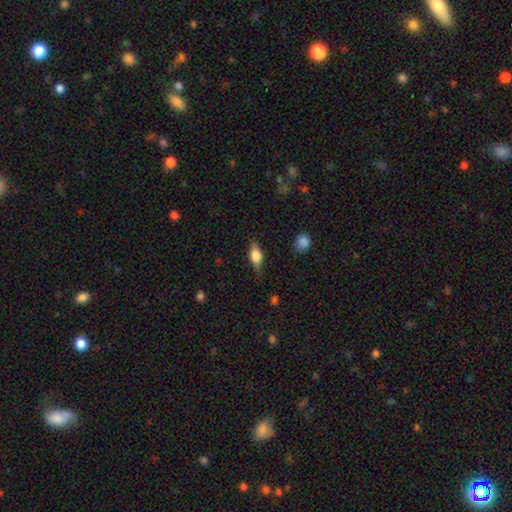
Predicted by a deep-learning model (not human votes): Smooth or featured? Predicted: smooth (p=0.64). How rounded? Predicted: in between (p=0.77). Merging? Predicted: none (p=0.76).